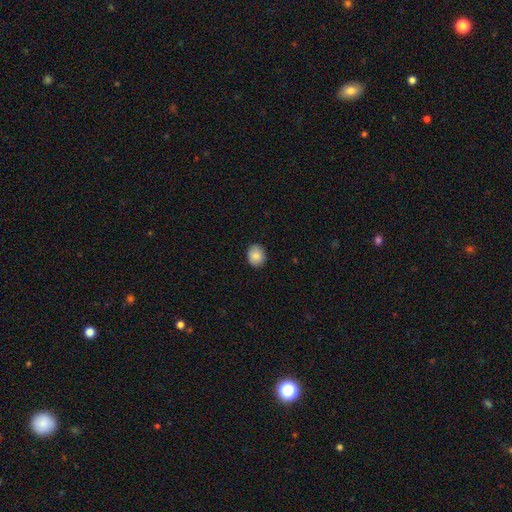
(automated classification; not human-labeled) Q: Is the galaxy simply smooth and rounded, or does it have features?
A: smooth — 87%.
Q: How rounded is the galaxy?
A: round — 62%.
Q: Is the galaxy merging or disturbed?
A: none — 88%.